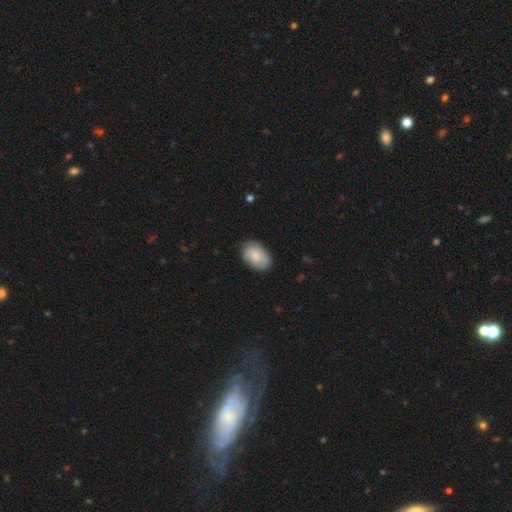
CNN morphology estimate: A smooth galaxy with no disk features (76%) that is in between round and cigar-shaped (89%).

Vote fractions:
- Smooth or featured? smooth: 76% / featured or disk: 18% / star or artifact: 6%
- How rounded? in between: 89% / round: 10% / cigar-shaped: 1%
- Merging? none: 75% / minor disturbance: 20% / major disturbance: 4% / merger: 1%